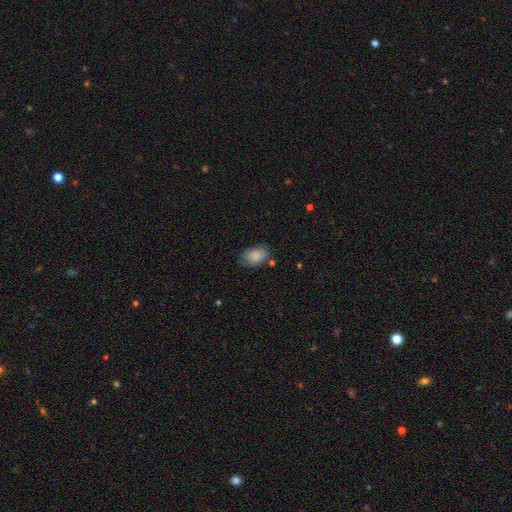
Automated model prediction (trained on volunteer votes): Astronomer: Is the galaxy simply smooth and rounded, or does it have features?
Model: smooth — 86%.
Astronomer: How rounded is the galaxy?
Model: in between — 88%.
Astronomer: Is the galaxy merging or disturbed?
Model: none — 70%.